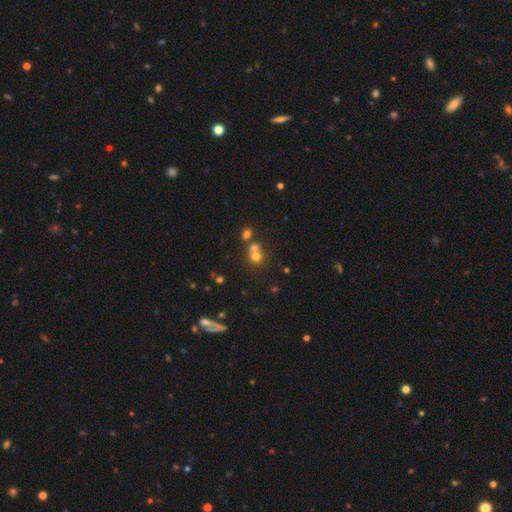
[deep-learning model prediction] Morphology: type=smooth (62%); roundness=round (83%); merging=merger (46%).